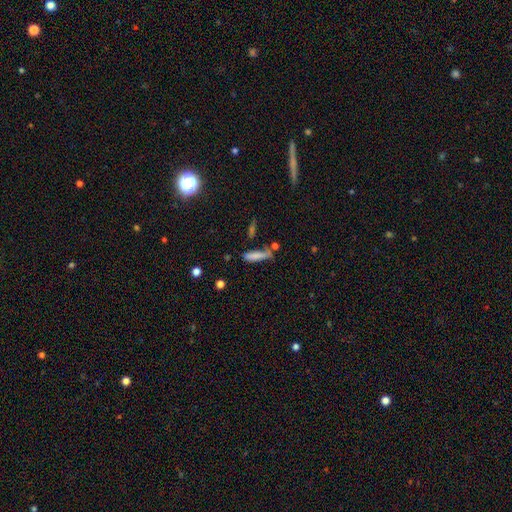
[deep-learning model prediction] smooth-or-featured: smooth: 77% | featured or disk: 14% | star or artifact: 8%
  how-rounded: cigar-shaped: 74% | in between: 25% | round: 2%
  merging: none: 57% | minor disturbance: 22% | merger: 13% | major disturbance: 7%